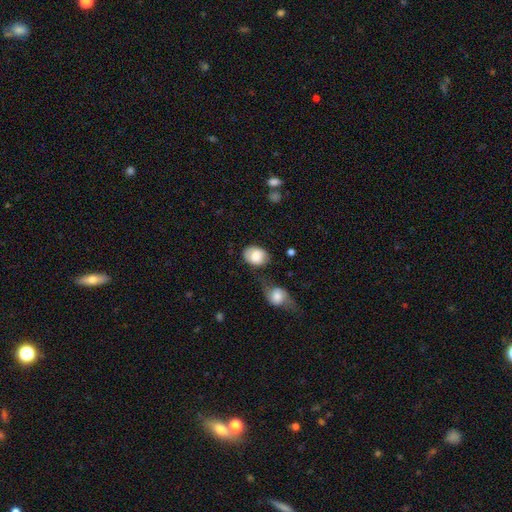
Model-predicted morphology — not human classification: A smooth galaxy with no disk features (79%) that is in between round and cigar-shaped (63%).

Vote fractions:
- Smooth or featured? smooth: 79% / featured or disk: 14% / star or artifact: 7%
- How rounded? in between: 63% / round: 36% / cigar-shaped: 1%
- Merging? none: 52% / minor disturbance: 23% / merger: 15% / major disturbance: 10%